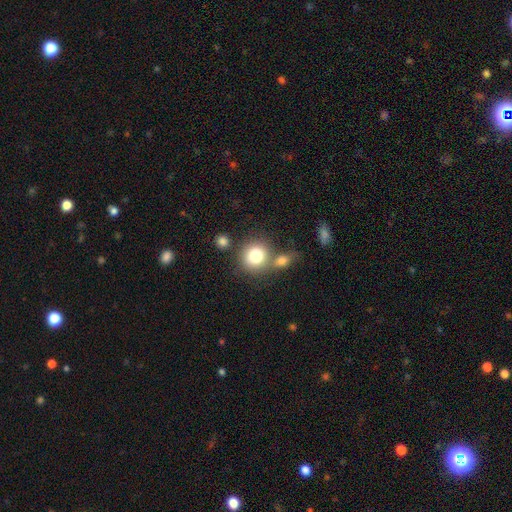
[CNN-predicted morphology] Smooth or featured: smooth — 80% (featured or disk — 11%)
How rounded: round — 84% (in between — 15%)
Merging: none — 57% (merger — 28%)